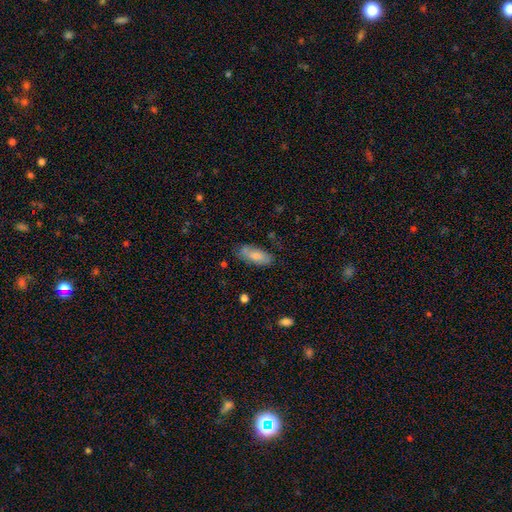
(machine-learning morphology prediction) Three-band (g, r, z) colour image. It shows a smooth galaxy with no disk features (75%) that is in between round and cigar-shaped (79%). Merging: none (73%).